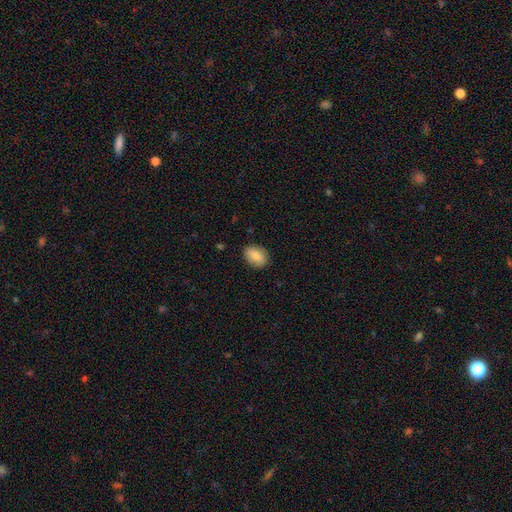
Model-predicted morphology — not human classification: This is clearly a smooth galaxy (86%). How rounded: clearly in between (82%). Merging: clearly none (86%).